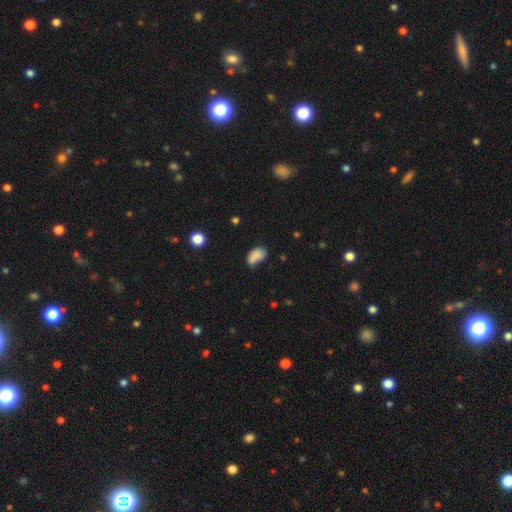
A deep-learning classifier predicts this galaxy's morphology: This is likely a smooth galaxy (78%). How rounded: clearly in between (86%). Merging: marginally none (37%).